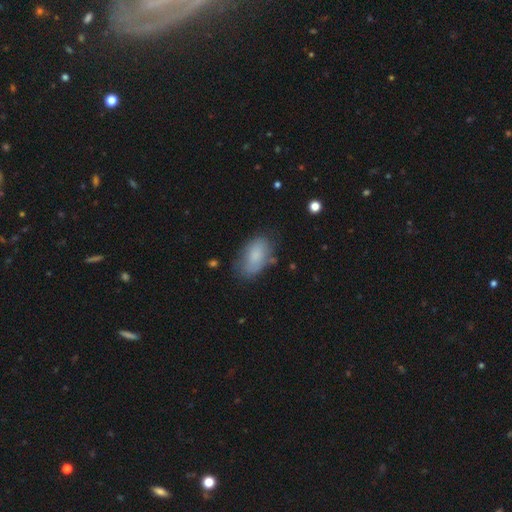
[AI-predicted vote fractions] Smooth or featured? Predicted: smooth (p=0.79). How rounded? Predicted: in between (p=0.93). Merging? Predicted: none (p=0.66).